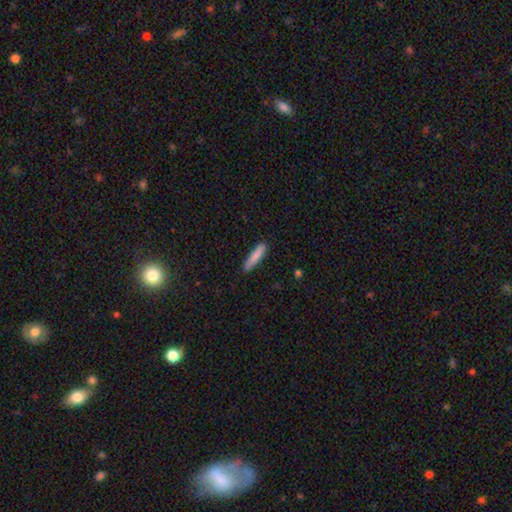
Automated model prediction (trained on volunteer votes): This is clearly a smooth galaxy (84%). How rounded: clearly cigar-shaped (86%). Merging: clearly none (87%).